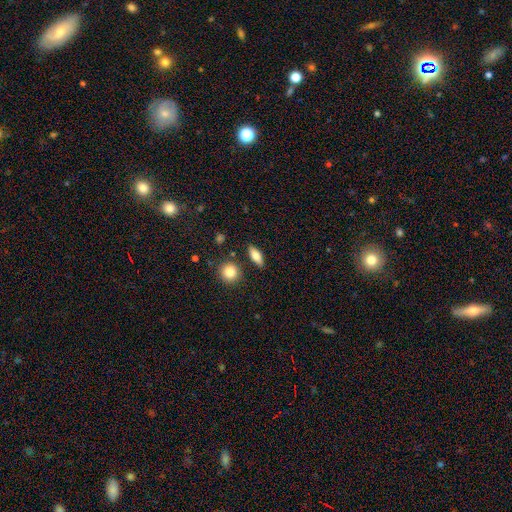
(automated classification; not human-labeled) A smooth galaxy with no disk features (72%) that is in between round and cigar-shaped (71%). Merging: none (85%).